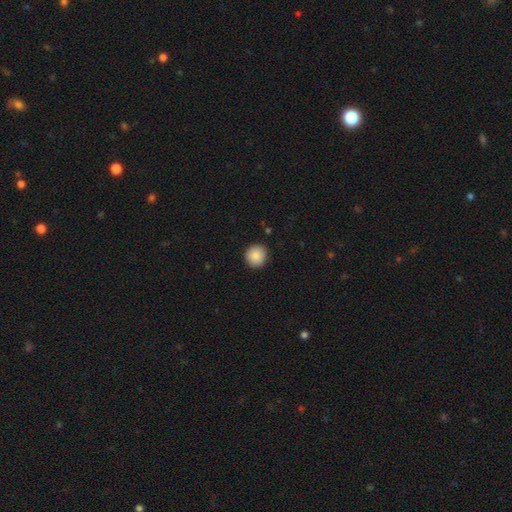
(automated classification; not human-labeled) smooth 88%, star or artifact 7%, featured or disk 4%. Down the decision tree: how rounded — round (93%); merging — none (91%).